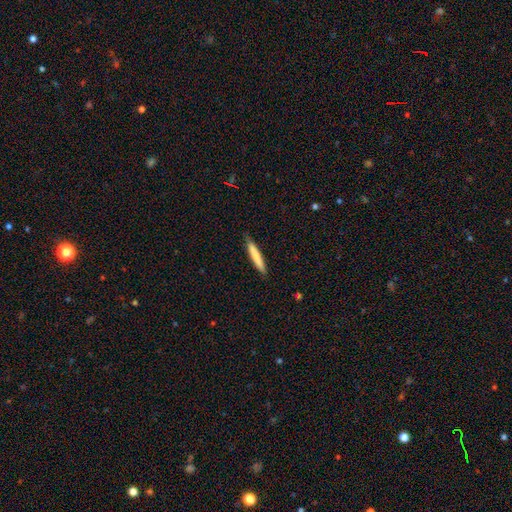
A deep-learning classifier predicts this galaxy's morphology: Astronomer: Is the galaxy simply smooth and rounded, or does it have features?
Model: smooth — 75%.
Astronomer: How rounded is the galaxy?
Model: cigar-shaped — 94%.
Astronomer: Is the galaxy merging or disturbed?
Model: none — 87%.